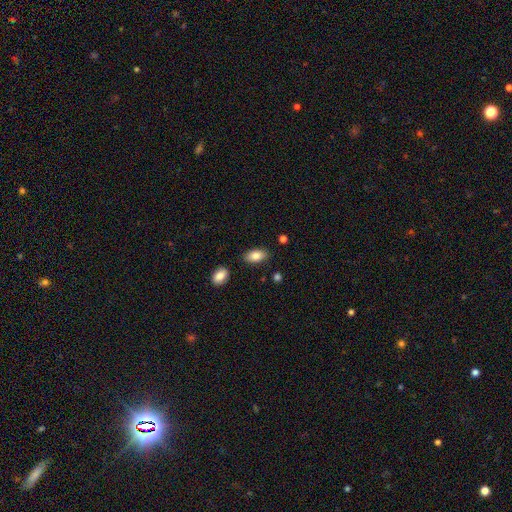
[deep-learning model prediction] This appears to be a smooth galaxy with no disk features (84%) that is in between round and cigar-shaped (93%). Merging: none (84%).